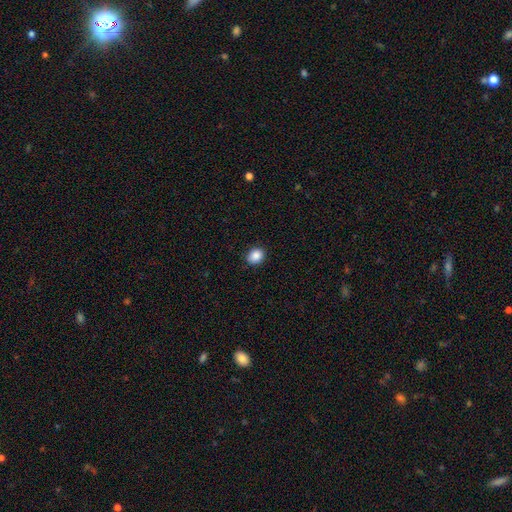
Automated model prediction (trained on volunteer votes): smooth-or-featured: smooth: 88% | star or artifact: 9% | featured or disk: 3%
  how-rounded: round: 66% | in between: 33% | cigar-shaped: 1%
  merging: none: 88% | minor disturbance: 9% | major disturbance: 2% | merger: 1%